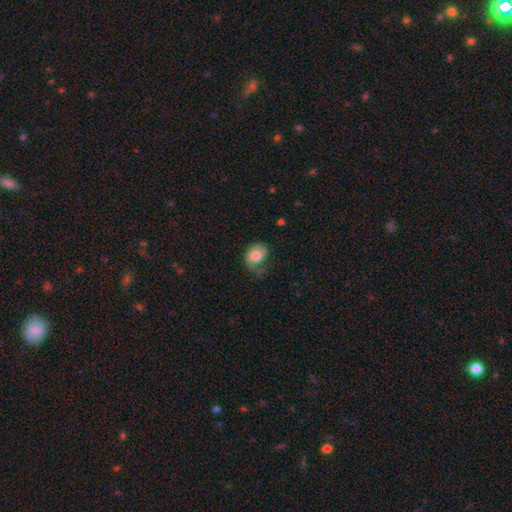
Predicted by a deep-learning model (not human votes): The model was most divided on "merging": none: 38%, minor disturbance: 31%, major disturbance: 29%, merger: 2%. More confident: how rounded — in between (57%); smooth or featured — smooth (53%).